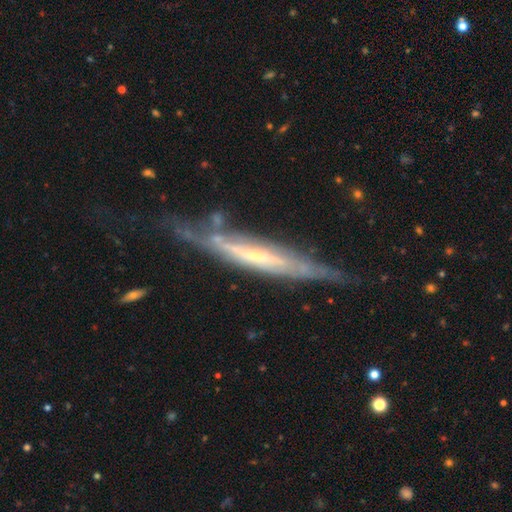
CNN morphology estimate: This appears to be a featured or disk galaxy (77%) viewed edge-on (79%) with no central bulge (54%). Merging: none (63%).